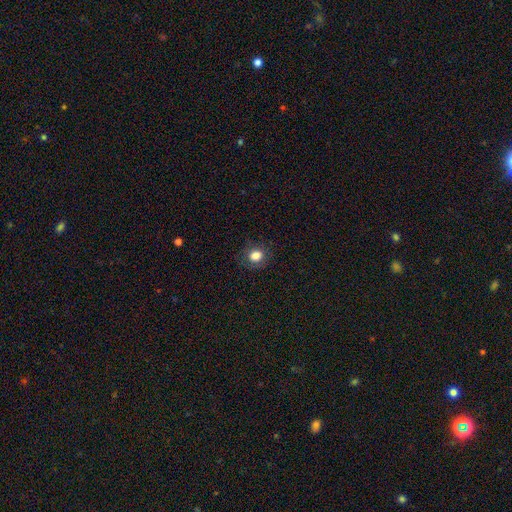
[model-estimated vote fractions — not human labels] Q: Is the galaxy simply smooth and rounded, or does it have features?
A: smooth — 81%.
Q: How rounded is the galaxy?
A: round — 74%.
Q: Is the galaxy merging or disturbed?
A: none — 85%.